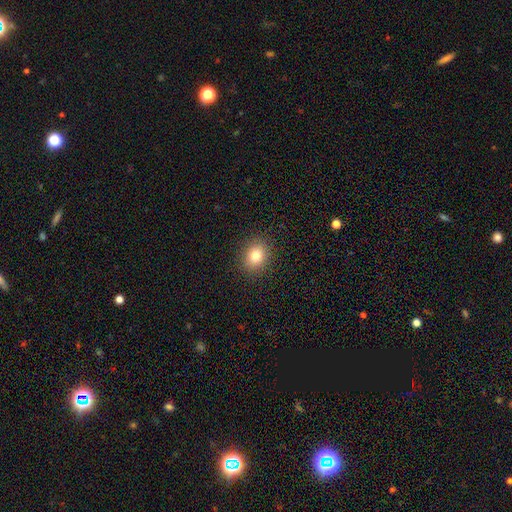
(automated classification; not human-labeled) Smooth or featured?
  - smooth: 81% *
  - star or artifact: 11%
  - featured or disk: 8%
How rounded?
  - round: 54% *
  - in between: 45%
  - cigar-shaped: 1%
Merging?
  - none: 90% *
  - minor disturbance: 7%
  - major disturbance: 2%
  - merger: 1%